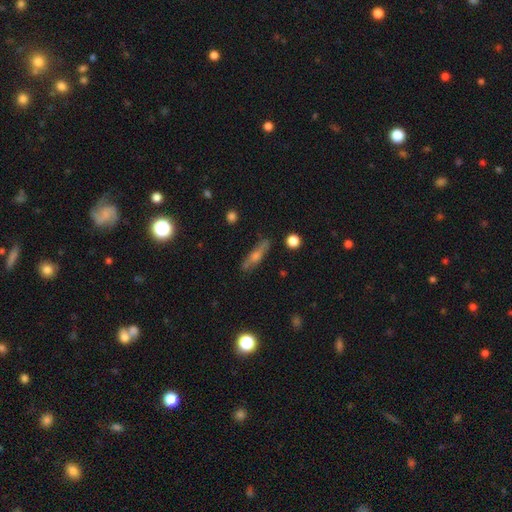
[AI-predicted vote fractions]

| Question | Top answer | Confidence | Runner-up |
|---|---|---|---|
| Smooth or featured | featured or disk | 47% | smooth (42%) |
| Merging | none | 83% | minor disturbance (12%) |